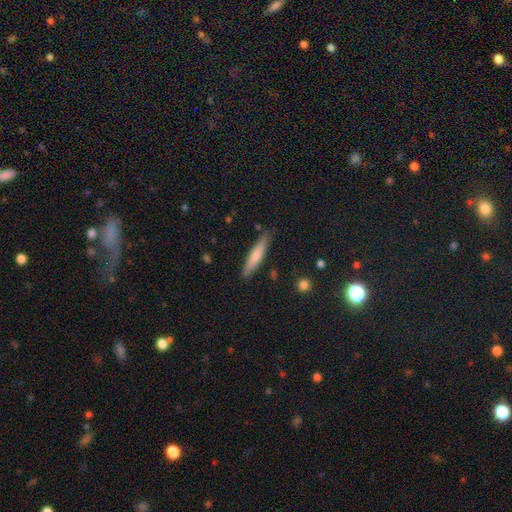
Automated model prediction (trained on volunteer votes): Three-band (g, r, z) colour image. It shows a smooth galaxy with no disk features (70%) that is cigar-shaped (89%). Merging: none (86%).